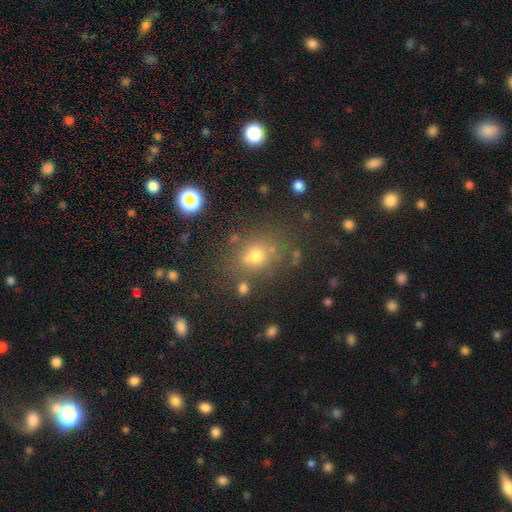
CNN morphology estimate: Smooth or featured: smooth — 65% (star or artifact — 25%)
How rounded: round — 57% (in between — 41%)
Merging: none — 78% (minor disturbance — 11%)